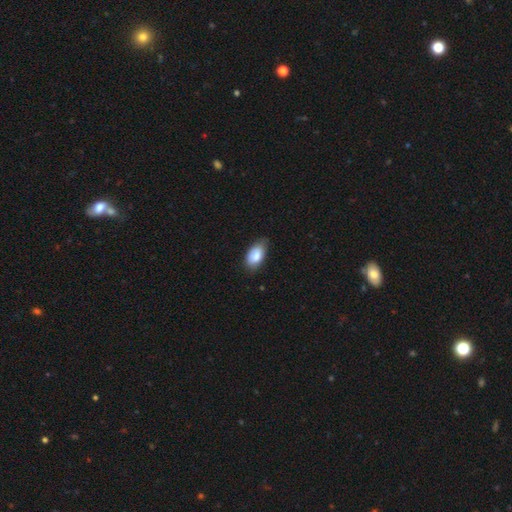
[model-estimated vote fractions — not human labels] smooth 84%, featured or disk 9%, star or artifact 7%. Down the decision tree: how rounded — in between (94%); merging — none (66%).